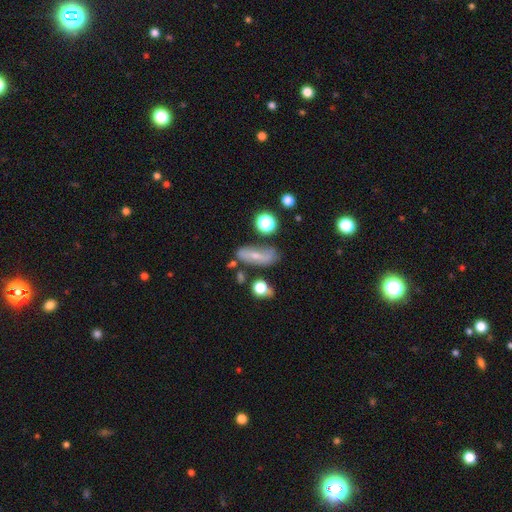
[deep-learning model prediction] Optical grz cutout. It shows a smooth galaxy with no disk features (45%). Merging: none (66%).